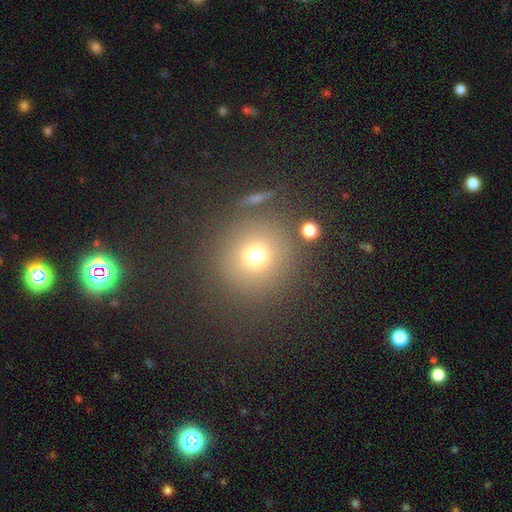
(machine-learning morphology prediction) Smooth or featured?
  - smooth: 73% *
  - star or artifact: 17%
  - featured or disk: 10%
How rounded?
  - round: 92% *
  - in between: 6%
  - cigar-shaped: 1%
Merging?
  - none: 82% *
  - minor disturbance: 8%
  - merger: 5%
  - major disturbance: 5%